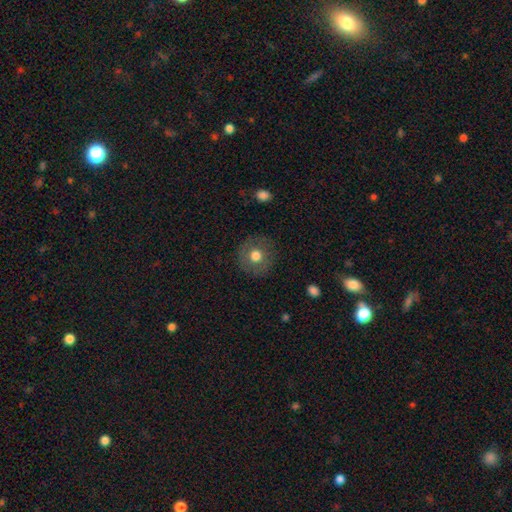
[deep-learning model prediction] Smooth or featured? Predicted: smooth (p=0.69). How rounded? Predicted: round (p=0.91). Merging? Predicted: none (p=0.86).